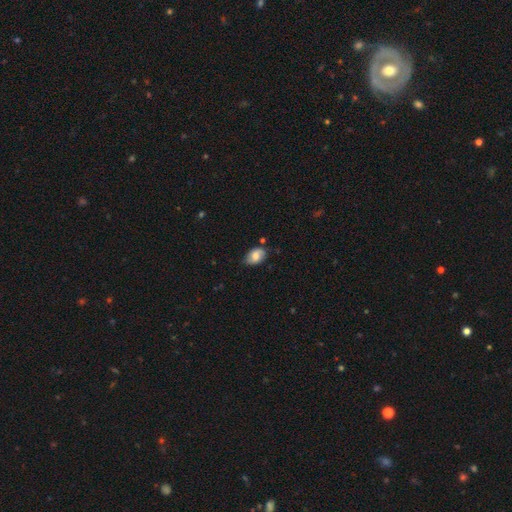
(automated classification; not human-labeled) Morphology: type=smooth (71%); roundness=in between (86%); merging=none (72%).